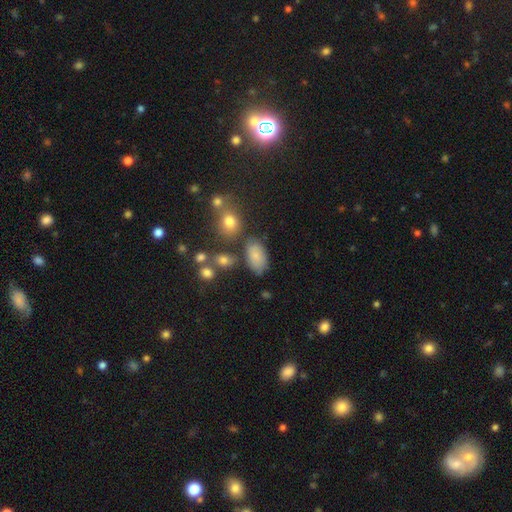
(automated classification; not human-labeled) Smooth or featured? Predicted: smooth (p=0.80). How rounded? Predicted: in between (p=0.92). Merging? Predicted: none (p=0.68).